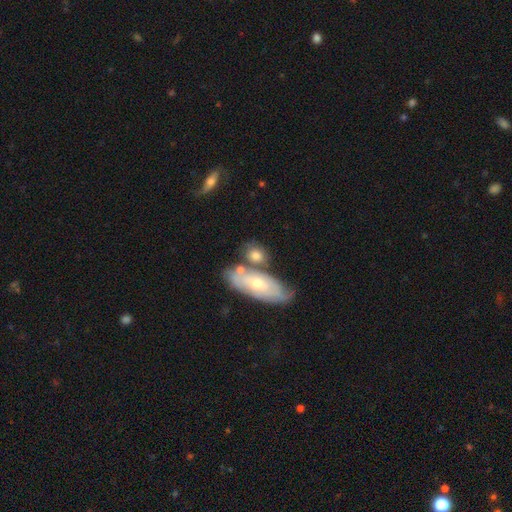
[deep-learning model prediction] Morphology: type=smooth (67%); roundness=in between (53%); merging=none (50%).